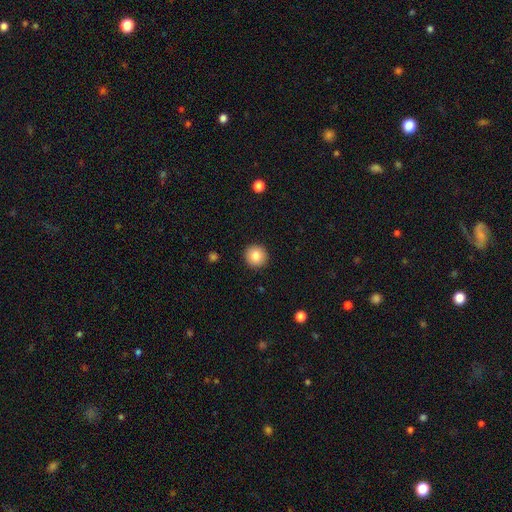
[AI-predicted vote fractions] Smooth or featured? smooth (84%)
How rounded? round (95%)
Merging? none (93%)